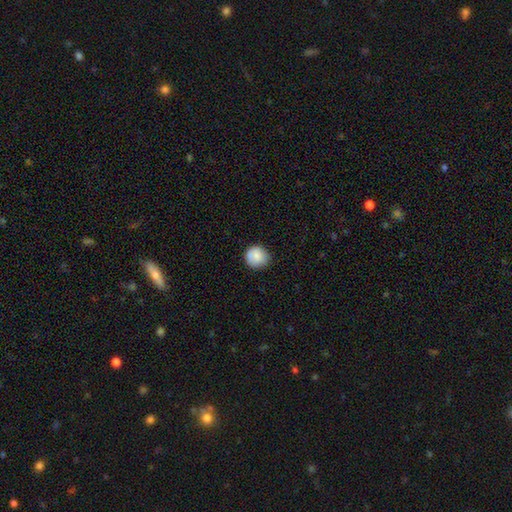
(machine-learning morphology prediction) Q: Smooth or featured?
A: smooth (82%); runner-up: featured or disk (10%)
Q: How rounded?
A: round (90%); runner-up: in between (9%)
Q: Merging?
A: none (82%); runner-up: minor disturbance (14%)